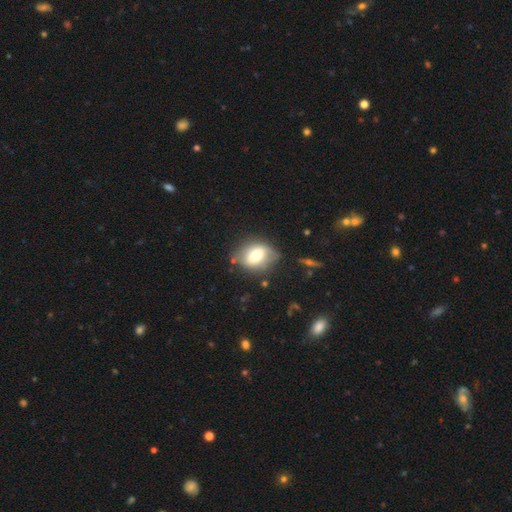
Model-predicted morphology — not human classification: Smooth or featured? smooth (62%)
How rounded? in between (56%)
Merging? none (68%)